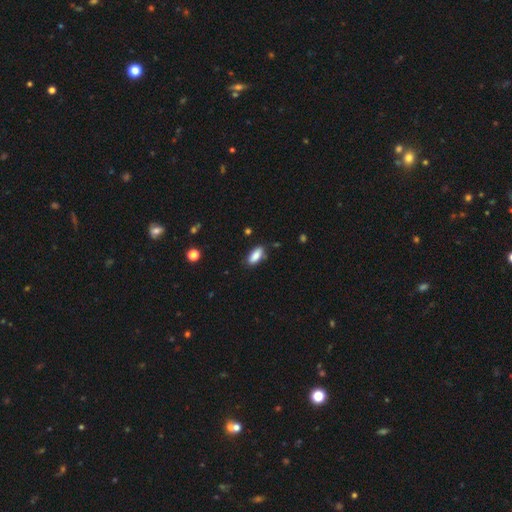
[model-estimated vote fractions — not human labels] A smooth galaxy with no disk features (86%) that is in between round and cigar-shaped (82%). Merging: none (81%).